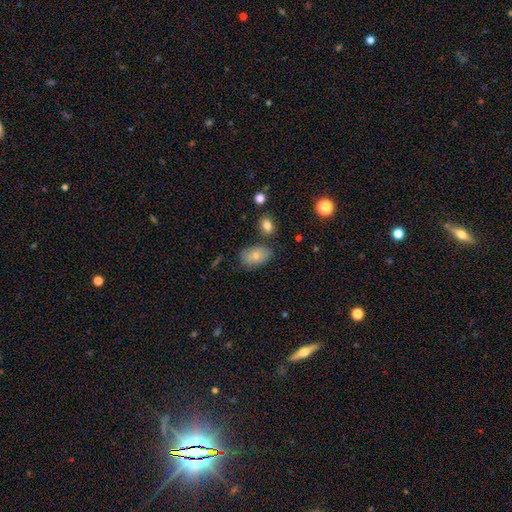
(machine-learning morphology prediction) Q: Smooth or featured?
A: smooth (76%); runner-up: featured or disk (16%)
Q: How rounded?
A: in between (89%); runner-up: round (10%)
Q: Merging?
A: none (71%); runner-up: minor disturbance (19%)